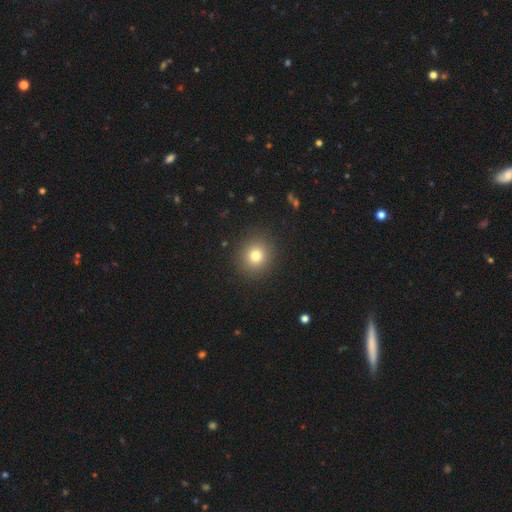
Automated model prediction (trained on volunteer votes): Smooth or featured?
  - smooth: 78% *
  - star or artifact: 13%
  - featured or disk: 9%
How rounded?
  - round: 89% *
  - in between: 10%
  - cigar-shaped: 1%
Merging?
  - none: 90% *
  - minor disturbance: 6%
  - major disturbance: 3%
  - merger: 1%